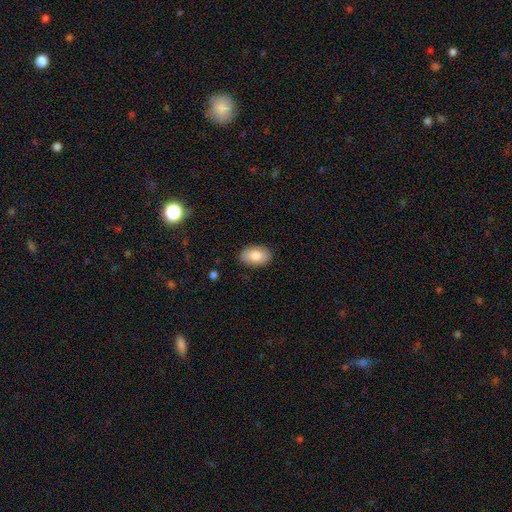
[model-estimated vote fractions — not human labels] Q: Smooth or featured?
A: smooth (82%); runner-up: featured or disk (11%)
Q: How rounded?
A: in between (91%); runner-up: round (8%)
Q: Merging?
A: none (87%); runner-up: minor disturbance (10%)